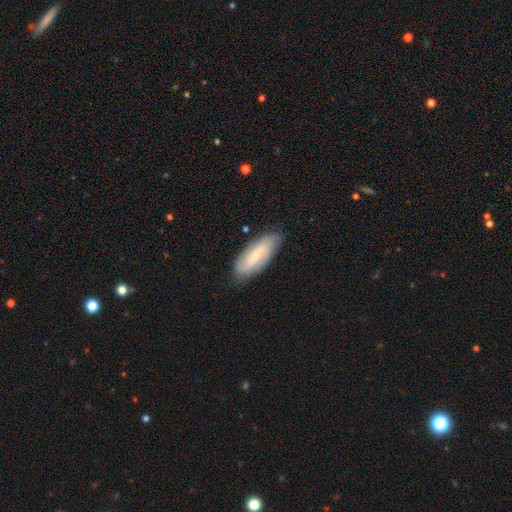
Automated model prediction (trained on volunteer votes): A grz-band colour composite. It shows a featured or disk galaxy (54%). Merging: none (81%).